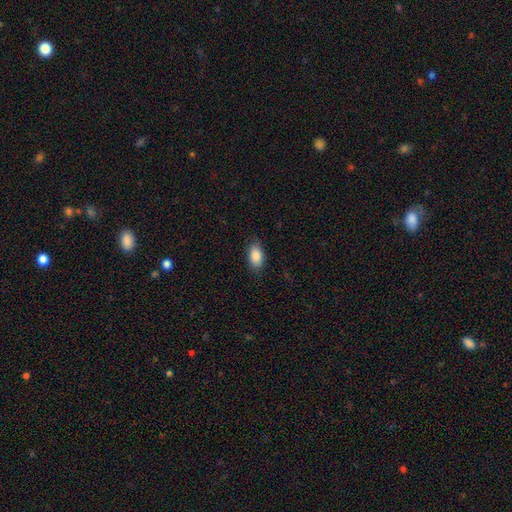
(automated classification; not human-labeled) A smooth galaxy with no disk features (87%) that is in between round and cigar-shaped (92%).

Vote fractions:
- Smooth or featured? smooth: 87% / star or artifact: 7% / featured or disk: 6%
- How rounded? in between: 92% / round: 4% / cigar-shaped: 3%
- Merging? none: 85% / minor disturbance: 11% / major disturbance: 3% / merger: 1%